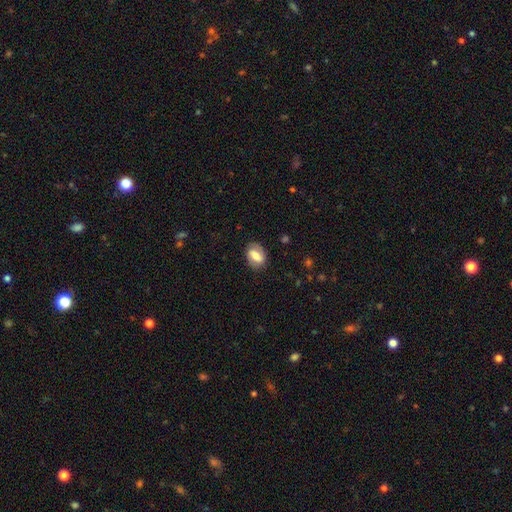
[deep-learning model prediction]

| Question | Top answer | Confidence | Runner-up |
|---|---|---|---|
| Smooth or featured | smooth | 57% | featured or disk (35%) |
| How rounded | in between | 78% | round (20%) |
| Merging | none | 81% | minor disturbance (14%) |